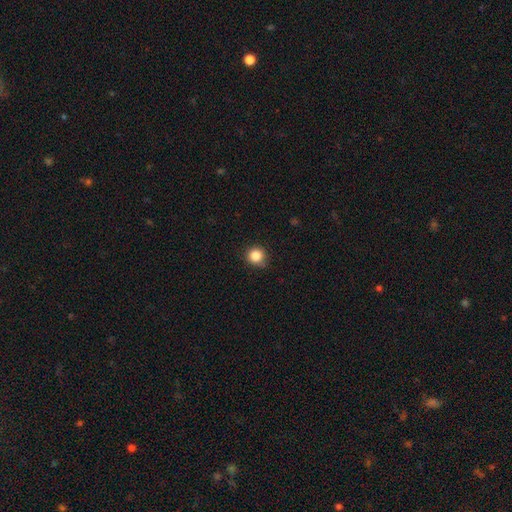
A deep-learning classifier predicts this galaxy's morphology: type=smooth (85%); roundness=round (91%); merging=none (81%).